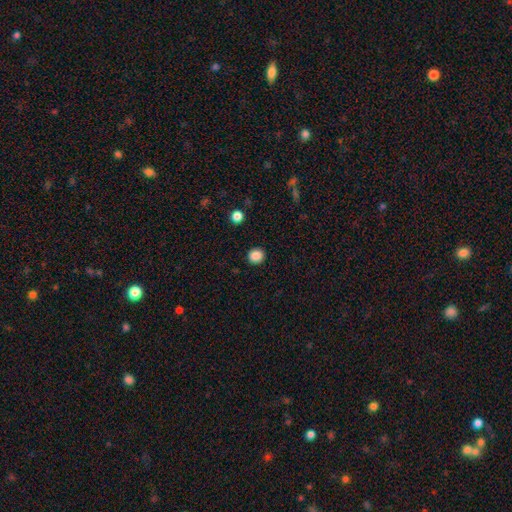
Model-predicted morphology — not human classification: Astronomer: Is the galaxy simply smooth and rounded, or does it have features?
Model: smooth — 87%.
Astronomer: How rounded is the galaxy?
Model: round — 88%.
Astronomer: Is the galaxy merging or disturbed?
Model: none — 92%.